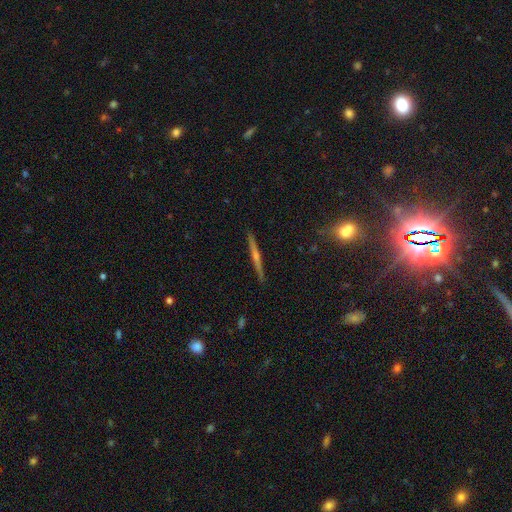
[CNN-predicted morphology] A featured or disk galaxy (55%) viewed edge-on (93%) with a rounded central bulge (64%).

Vote fractions:
- Smooth or featured? featured or disk: 55% / star or artifact: 23% / smooth: 21%
- Edge-on disk? yes: 93% / no: 7%
- Edge-on bulge? rounded: 64% / none: 25% / boxy: 11%
- Merging? none: 86% / minor disturbance: 9% / major disturbance: 3% / merger: 2%